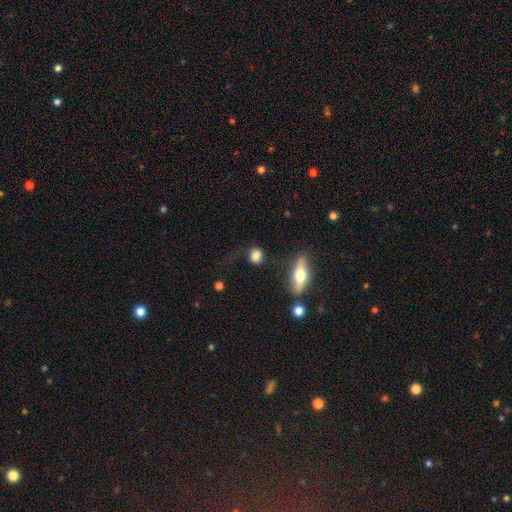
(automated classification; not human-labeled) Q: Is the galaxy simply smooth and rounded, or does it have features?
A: smooth — 78%.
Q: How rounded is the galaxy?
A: round — 65%.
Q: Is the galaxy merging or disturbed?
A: none — 68%.